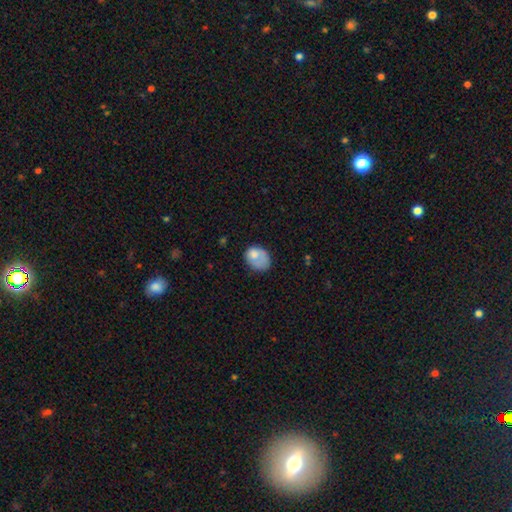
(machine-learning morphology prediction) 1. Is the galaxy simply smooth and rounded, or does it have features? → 74% smooth, 17% featured or disk, 8% star or artifact.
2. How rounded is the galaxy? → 61% in between, 38% round, 1% cigar-shaped.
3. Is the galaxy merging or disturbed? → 37% none, 33% minor disturbance, 25% major disturbance, 5% merger.